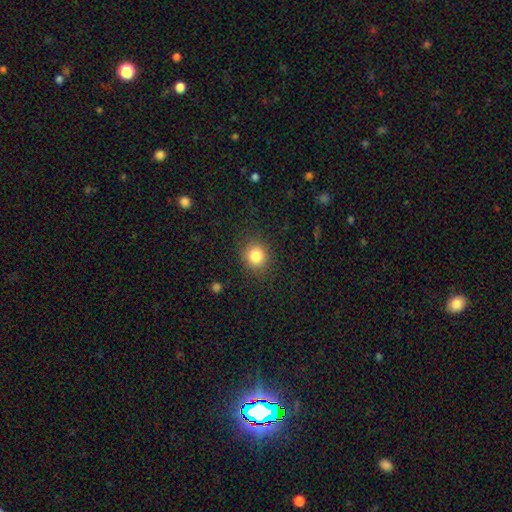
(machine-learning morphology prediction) A smooth galaxy with no disk features (84%) that is round (82%).

Vote fractions:
- Smooth or featured? smooth: 84% / star or artifact: 11% / featured or disk: 5%
- How rounded? round: 82% / in between: 17% / cigar-shaped: 1%
- Merging? none: 86% / minor disturbance: 9% / major disturbance: 3% / merger: 1%